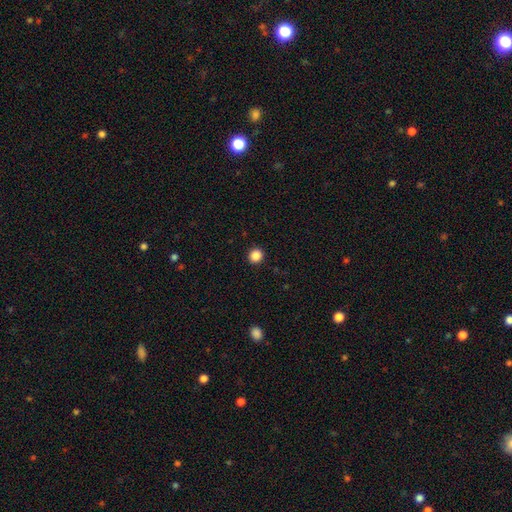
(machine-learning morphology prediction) Q: Smooth or featured?
A: smooth (87%); runner-up: star or artifact (10%)
Q: How rounded?
A: round (90%); runner-up: in between (9%)
Q: Merging?
A: none (93%); runner-up: minor disturbance (5%)